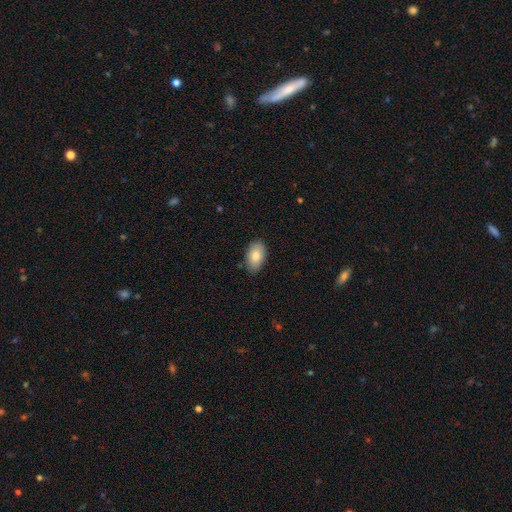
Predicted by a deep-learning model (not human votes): Q: Smooth or featured?
A: smooth (82%); runner-up: featured or disk (12%)
Q: How rounded?
A: in between (93%); runner-up: round (6%)
Q: Merging?
A: none (83%); runner-up: minor disturbance (14%)